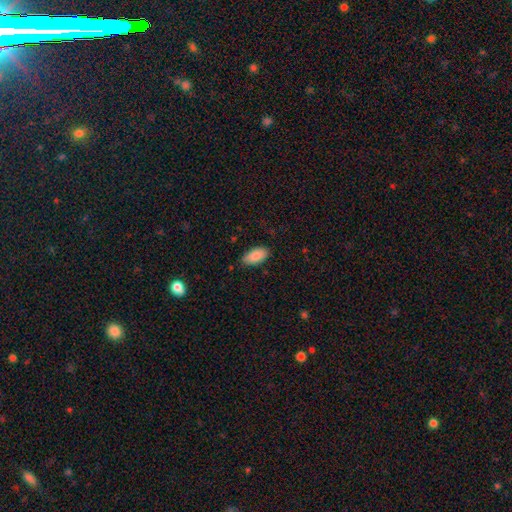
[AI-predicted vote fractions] Smooth or featured? Predicted: smooth (p=0.87). How rounded? Predicted: in between (p=0.94). Merging? Predicted: none (p=0.83).